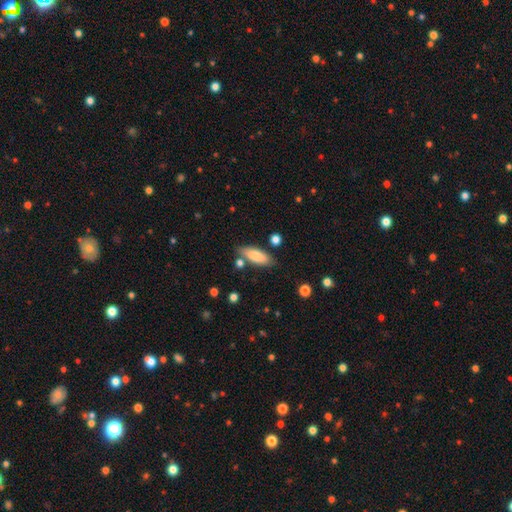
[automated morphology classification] A smooth galaxy with no disk features (81%) that is in between round and cigar-shaped (68%). Merging: none (77%).